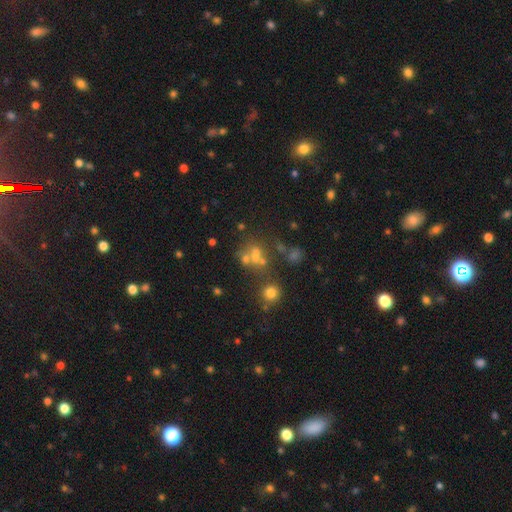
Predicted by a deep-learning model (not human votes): Morphology: type=smooth (40%); merging=none (48%).